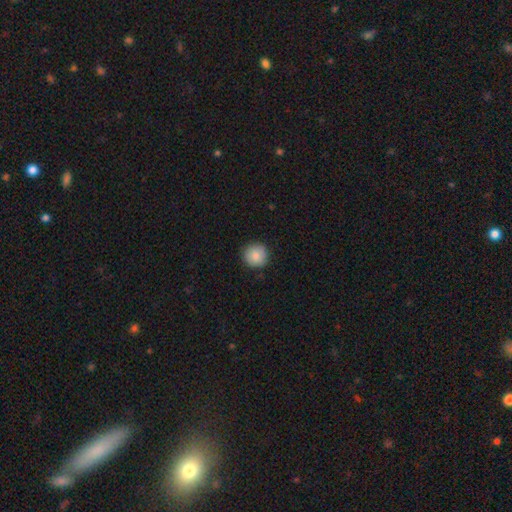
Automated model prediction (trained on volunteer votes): Q: Smooth or featured?
A: smooth (86%); runner-up: star or artifact (8%)
Q: How rounded?
A: round (95%); runner-up: in between (4%)
Q: Merging?
A: none (89%); runner-up: minor disturbance (8%)